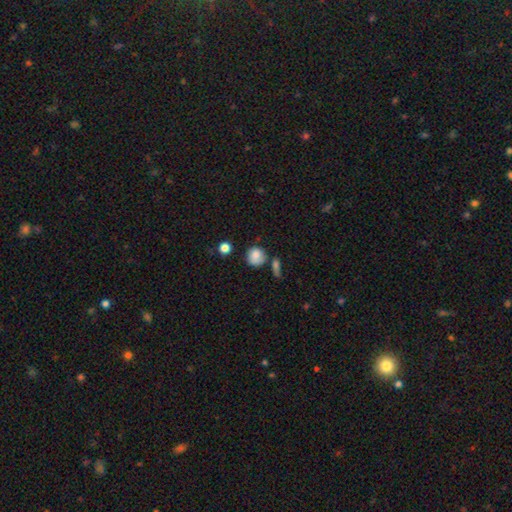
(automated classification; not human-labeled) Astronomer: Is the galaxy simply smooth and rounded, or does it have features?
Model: smooth — 80%.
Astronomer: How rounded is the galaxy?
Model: round — 85%.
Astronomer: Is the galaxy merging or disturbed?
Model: none — 60%.